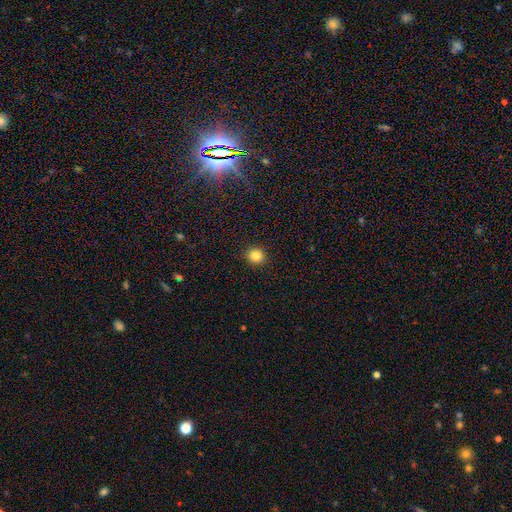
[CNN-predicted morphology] Q: Smooth or featured?
A: smooth (84%); runner-up: star or artifact (11%)
Q: How rounded?
A: round (88%); runner-up: in between (11%)
Q: Merging?
A: none (92%); runner-up: minor disturbance (5%)